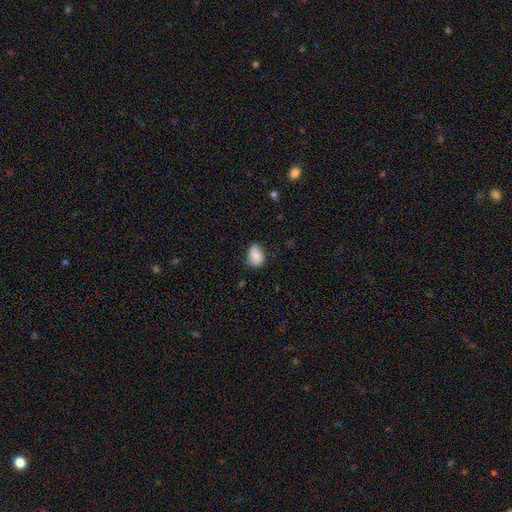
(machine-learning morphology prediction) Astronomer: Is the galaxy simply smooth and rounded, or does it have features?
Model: smooth — 85%.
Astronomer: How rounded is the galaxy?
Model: in between — 67%.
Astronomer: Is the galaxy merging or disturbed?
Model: none — 63%.